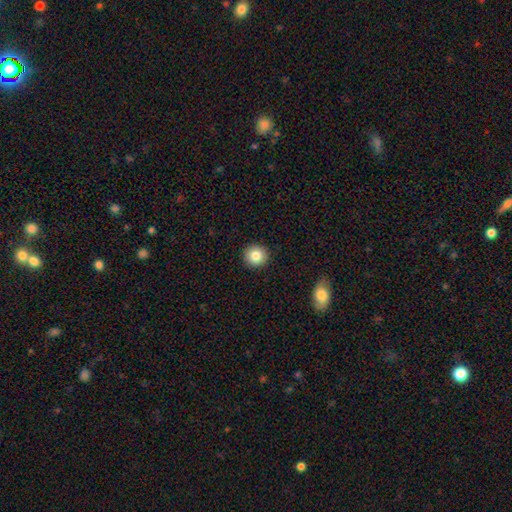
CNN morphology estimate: smooth 84%, star or artifact 9%, featured or disk 7%. Down the decision tree: how rounded — round (94%); merging — none (93%).